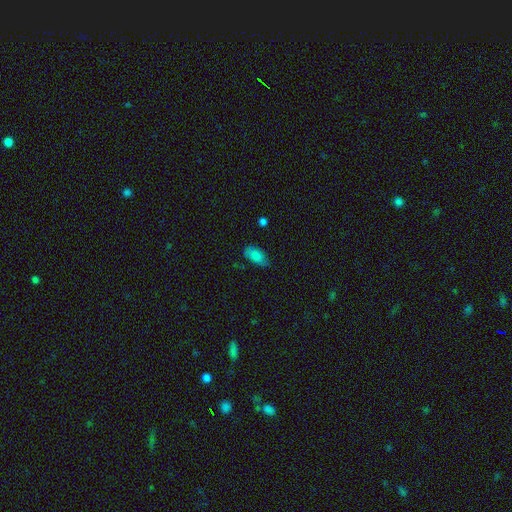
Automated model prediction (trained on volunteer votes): Q: Smooth or featured?
A: smooth (82%); runner-up: featured or disk (9%)
Q: How rounded?
A: in between (92%); runner-up: cigar-shaped (5%)
Q: Merging?
A: none (69%); runner-up: minor disturbance (24%)